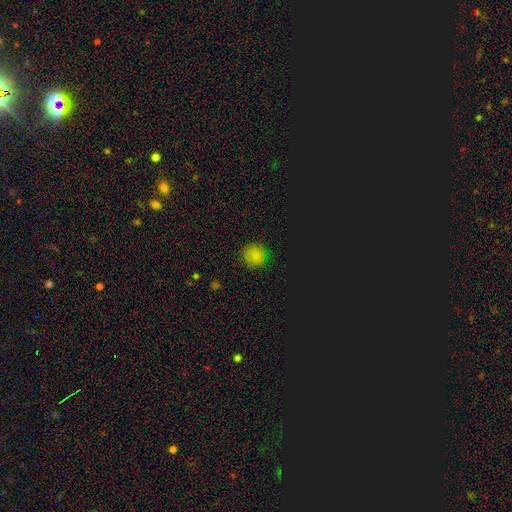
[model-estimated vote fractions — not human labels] smooth_or_featured: smooth (p=0.68) [alt: star or artifact p=0.25]
how_rounded: round (p=0.91) [alt: in between p=0.08]
merging: none (p=0.85) [alt: minor disturbance p=0.11]